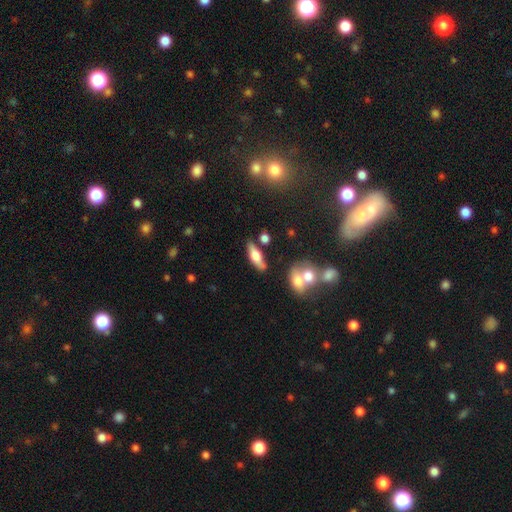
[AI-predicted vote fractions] A smooth galaxy with no disk features (48%). Merging: none (74%).